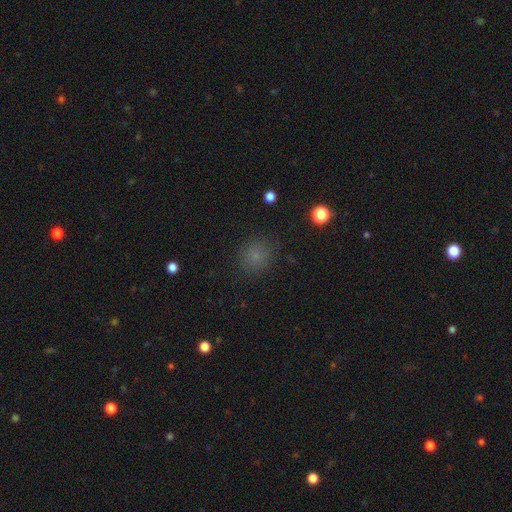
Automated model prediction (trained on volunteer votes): smooth 75%, star or artifact 19%, featured or disk 6%. Down the decision tree: how rounded — round (84%); merging — none (85%).